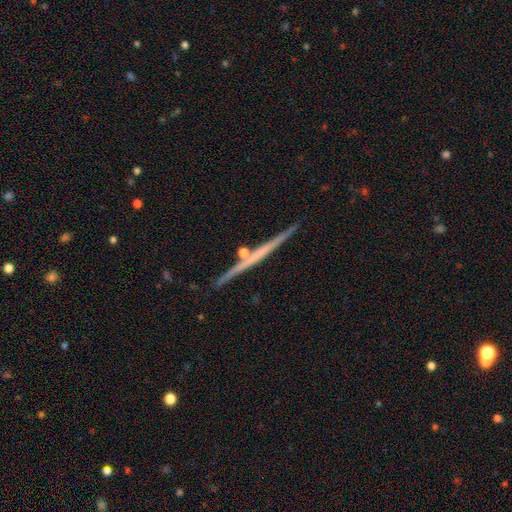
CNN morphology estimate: A featured or disk galaxy (71%) viewed edge-on (98%) with no central bulge (73%). Merging: none (88%).